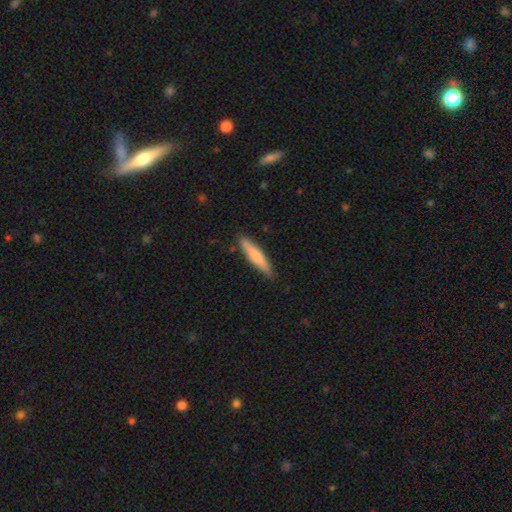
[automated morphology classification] Smooth or featured: smooth — 74% (featured or disk — 21%)
How rounded: cigar-shaped — 87% (in between — 12%)
Merging: none — 86% (minor disturbance — 11%)